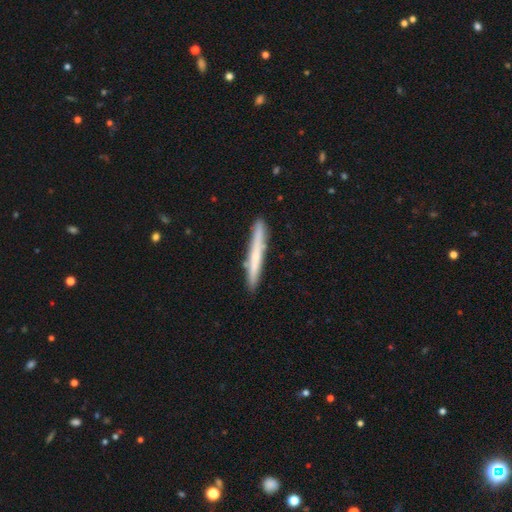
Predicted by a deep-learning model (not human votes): Q: Smooth or featured?
A: smooth (53%); runner-up: featured or disk (41%)
Q: How rounded?
A: cigar-shaped (96%); runner-up: in between (2%)
Q: Merging?
A: none (88%); runner-up: minor disturbance (9%)